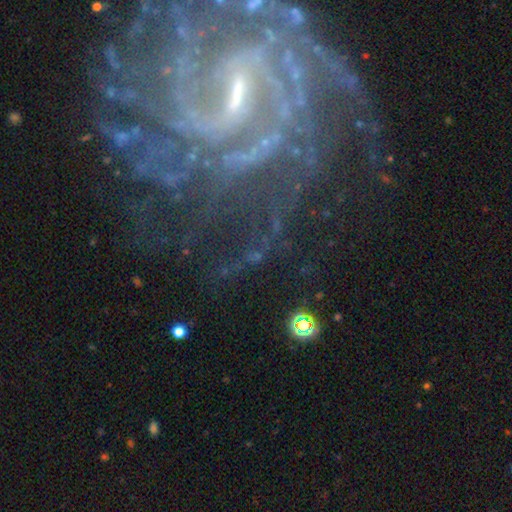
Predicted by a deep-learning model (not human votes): Morphology: type=star or artifact (51%).